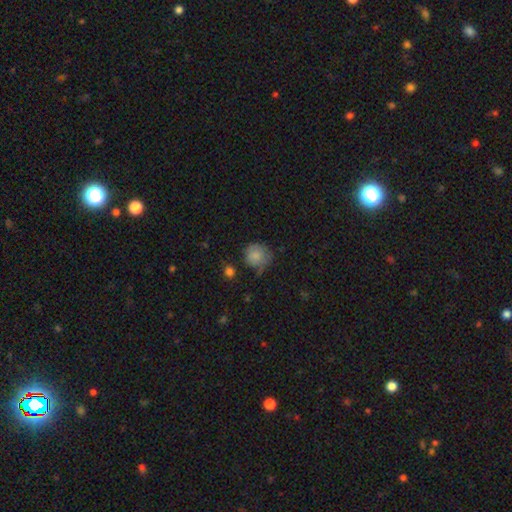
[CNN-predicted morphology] smooth-or-featured: smooth: 82% | featured or disk: 9% | star or artifact: 9%
  how-rounded: round: 87% | in between: 12% | cigar-shaped: 1%
  merging: none: 58% | minor disturbance: 29% | major disturbance: 9% | merger: 4%